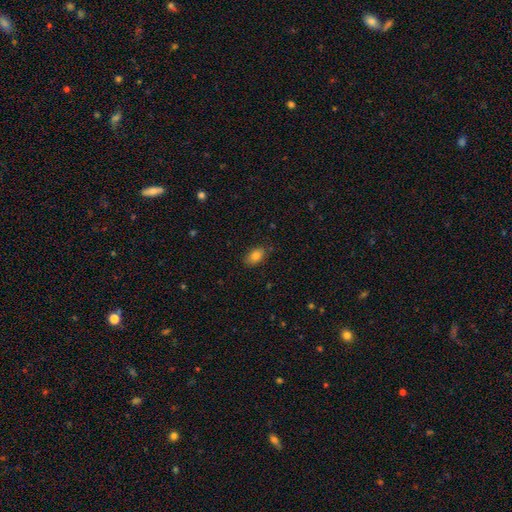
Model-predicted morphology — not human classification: This is clearly a smooth galaxy (82%). How rounded: clearly in between (88%). Merging: clearly none (82%).